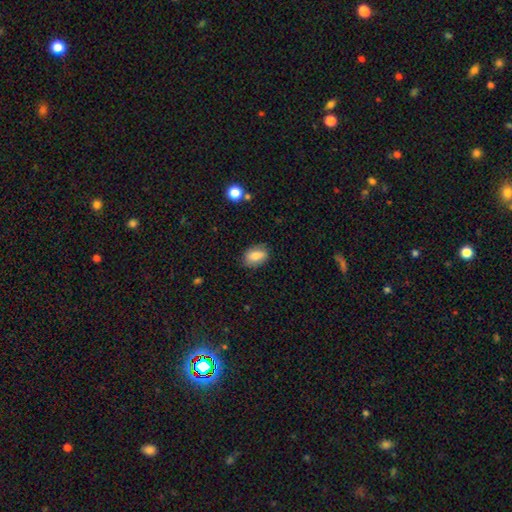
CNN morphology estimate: This appears to be a smooth galaxy with no disk features (79%) that is in between round and cigar-shaped (82%). Merging: none (79%).